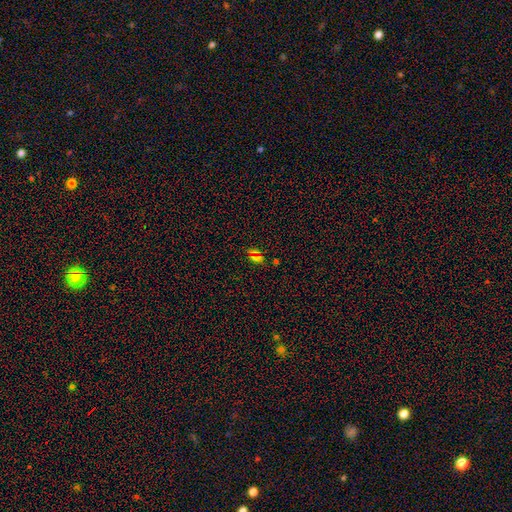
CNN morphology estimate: Smooth or featured: smooth — 52% (star or artifact — 37%)
How rounded: in between — 74% (round — 18%)
Merging: none — 80% (minor disturbance — 12%)